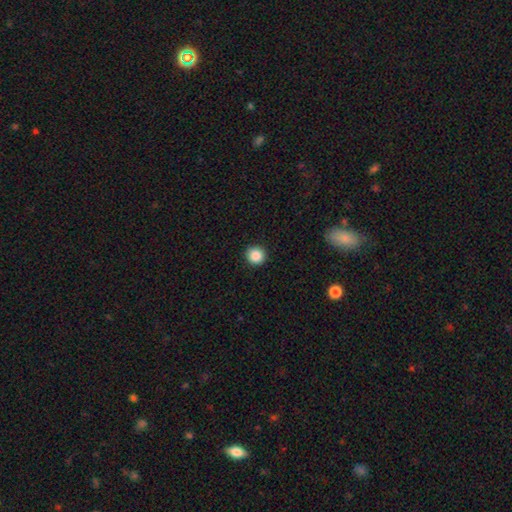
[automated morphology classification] This is clearly a smooth galaxy (87%). How rounded: clearly round (94%). Merging: clearly none (92%).